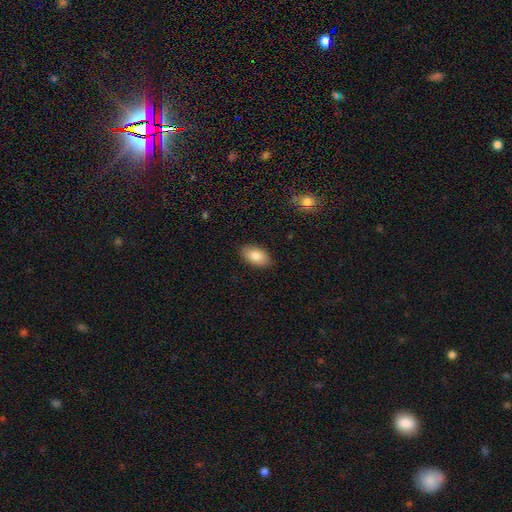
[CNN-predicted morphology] A smooth galaxy with no disk features (84%) that is in between round and cigar-shaped (94%).

Vote fractions:
- Smooth or featured? smooth: 84% / featured or disk: 9% / star or artifact: 7%
- How rounded? in between: 94% / round: 4% / cigar-shaped: 2%
- Merging? none: 87% / minor disturbance: 10% / major disturbance: 2% / merger: 1%